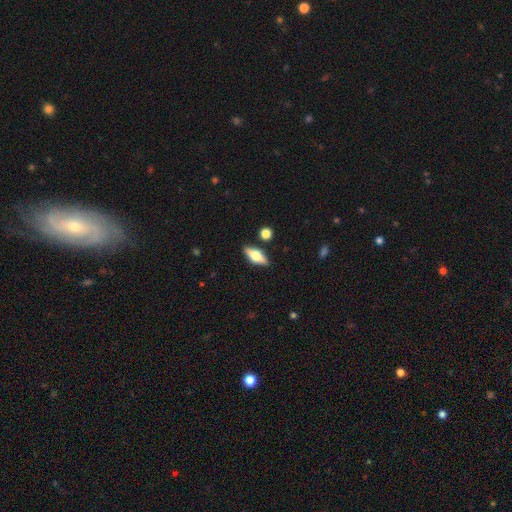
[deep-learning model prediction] A smooth galaxy with no disk features (49%).

Vote fractions:
- Smooth or featured? smooth: 49% / featured or disk: 43% / star or artifact: 7%
- Merging? none: 85% / minor disturbance: 9% / merger: 3% / major disturbance: 2%